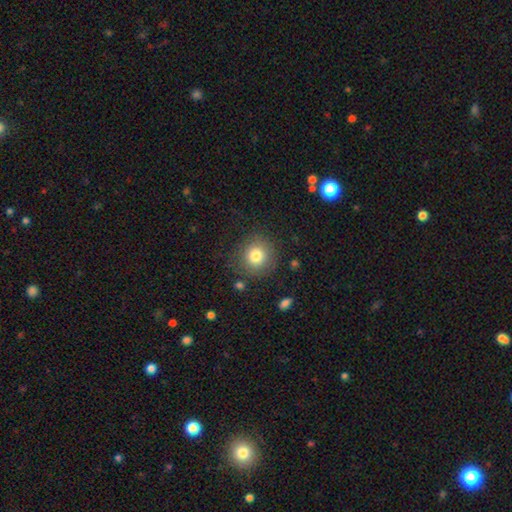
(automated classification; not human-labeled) smooth-or-featured: smooth: 80% | star or artifact: 11% | featured or disk: 9%
  how-rounded: round: 91% | in between: 8% | cigar-shaped: 1%
  merging: none: 83% | minor disturbance: 11% | major disturbance: 4% | merger: 2%